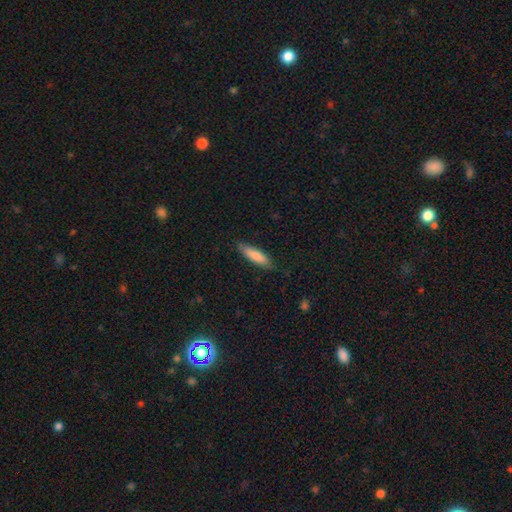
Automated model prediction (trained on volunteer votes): Q: Smooth or featured?
A: smooth (83%); runner-up: featured or disk (12%)
Q: How rounded?
A: cigar-shaped (64%); runner-up: in between (34%)
Q: Merging?
A: none (81%); runner-up: minor disturbance (15%)